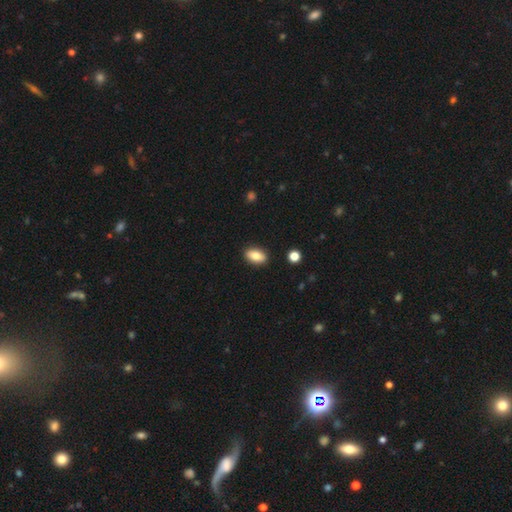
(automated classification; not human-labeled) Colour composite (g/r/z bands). It shows a smooth galaxy with no disk features (82%) that is in between round and cigar-shaped (89%). Merging: none (89%).